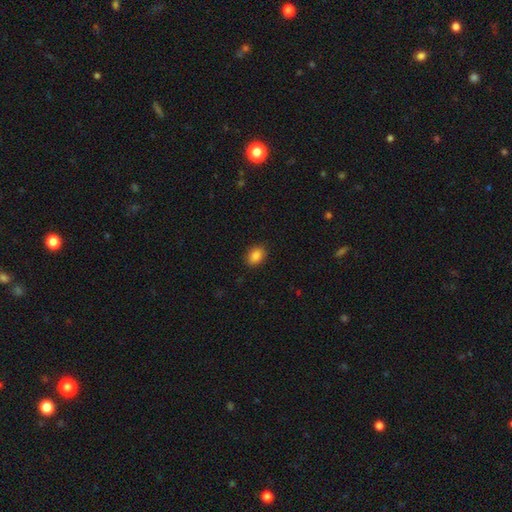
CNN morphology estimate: A smooth galaxy with no disk features (87%) that is in between round and cigar-shaped (78%).

Vote fractions:
- Smooth or featured? smooth: 87% / star or artifact: 9% / featured or disk: 4%
- How rounded? in between: 78% / round: 21% / cigar-shaped: 1%
- Merging? none: 89% / minor disturbance: 8% / major disturbance: 2% / merger: 1%